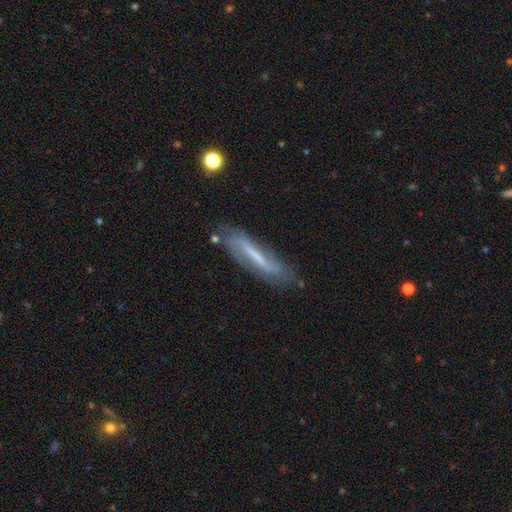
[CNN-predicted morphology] Smooth or featured? Predicted: featured or disk (p=0.63). Edge-on disk? Predicted: no (p=0.58). Merging? Predicted: none (p=0.66).